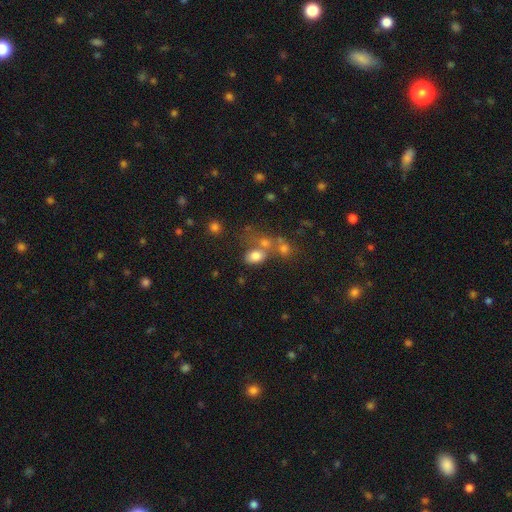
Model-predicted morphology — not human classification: A smooth galaxy with no disk features (75%) that is in between round and cigar-shaped (78%). Merging: none (43%).